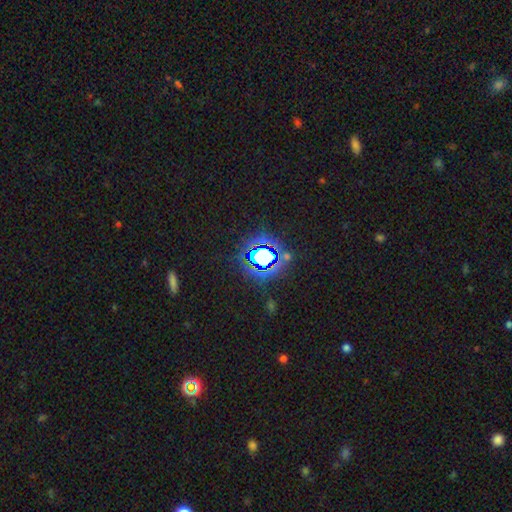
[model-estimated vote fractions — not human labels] A star or artifact, not a galaxy (72%).

Vote fractions:
- Smooth or featured? star or artifact: 72% / smooth: 18% / featured or disk: 11%